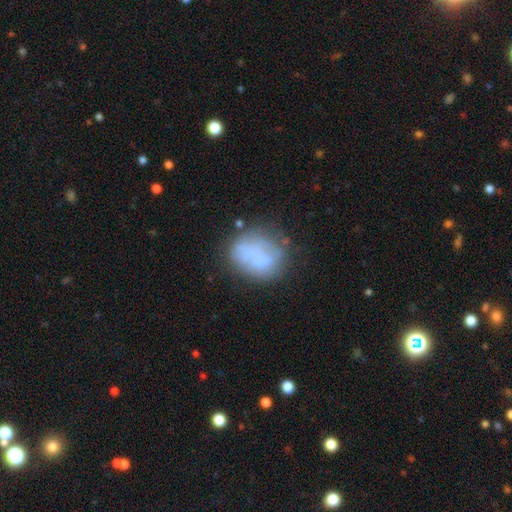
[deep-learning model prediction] Morphology: type=smooth (54%); roundness=round (50%); merging=none (51%).